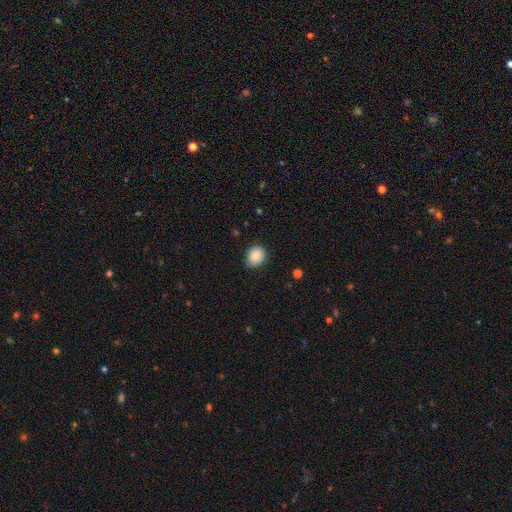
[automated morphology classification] Overall: smooth (83%). How rounded: round (56%; in between 43%). Merging: none (81%).